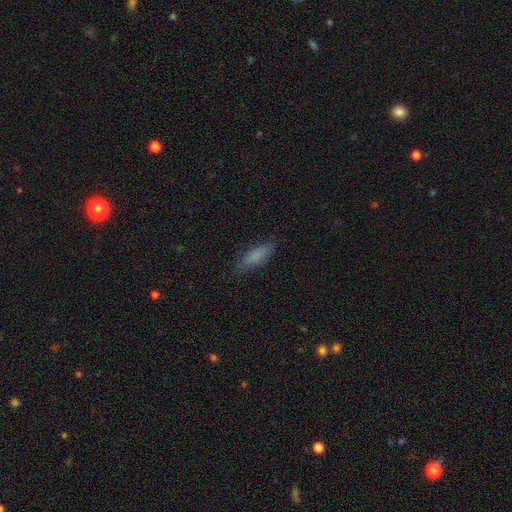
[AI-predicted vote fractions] Smooth or featured? smooth (80%)
How rounded? cigar-shaped (54%)
Merging? none (80%)